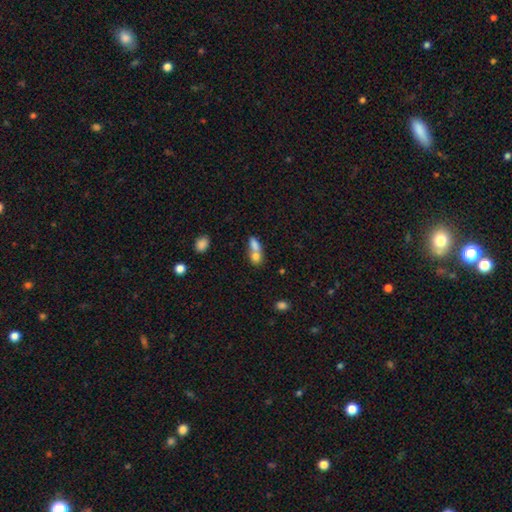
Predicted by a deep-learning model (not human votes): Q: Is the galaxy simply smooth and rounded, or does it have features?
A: smooth — 75%.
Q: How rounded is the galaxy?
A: in between — 57%.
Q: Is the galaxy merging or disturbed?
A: merger — 70%.